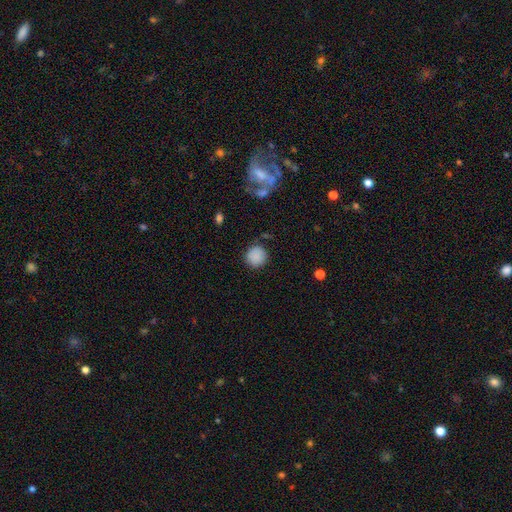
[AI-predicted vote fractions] This appears to be a smooth galaxy with no disk features (87%) that is round (92%). Merging: none (84%).